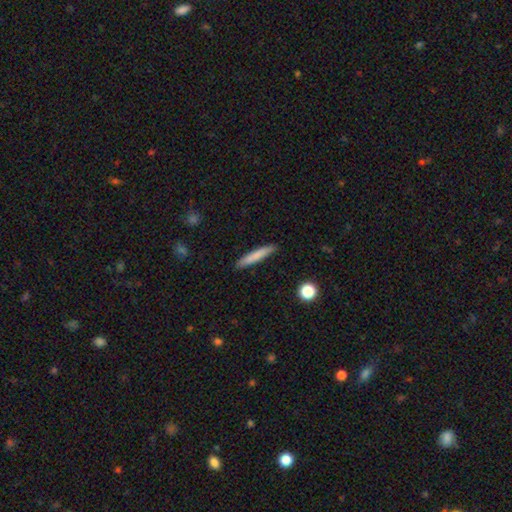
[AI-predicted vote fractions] This appears to be a smooth galaxy with no disk features (77%) that is cigar-shaped (93%). Merging: none (89%).